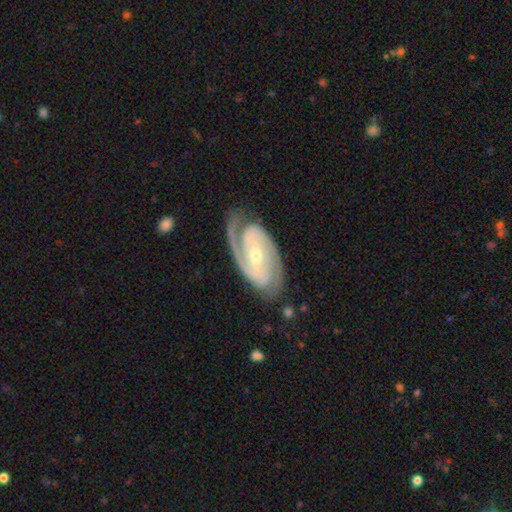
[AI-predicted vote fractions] This appears to be a featured or disk galaxy (92%) with a weak bar (39%), 2 (86%) tight (62%) spiral arms (98%) and a small central bulge (56%). Merging: none (79%).